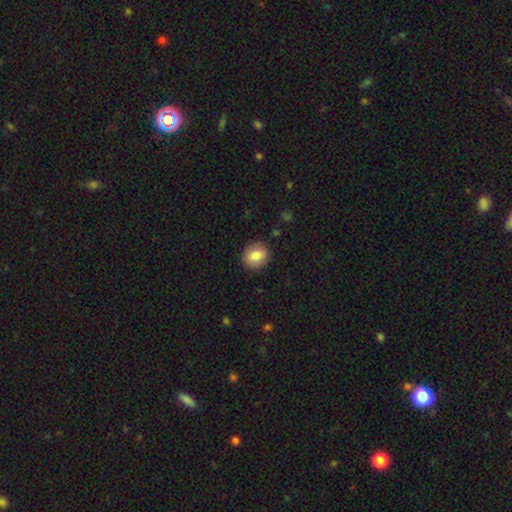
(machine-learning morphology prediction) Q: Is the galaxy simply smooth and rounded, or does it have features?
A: smooth — 81%.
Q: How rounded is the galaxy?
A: round — 72%.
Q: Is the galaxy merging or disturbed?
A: none — 87%.